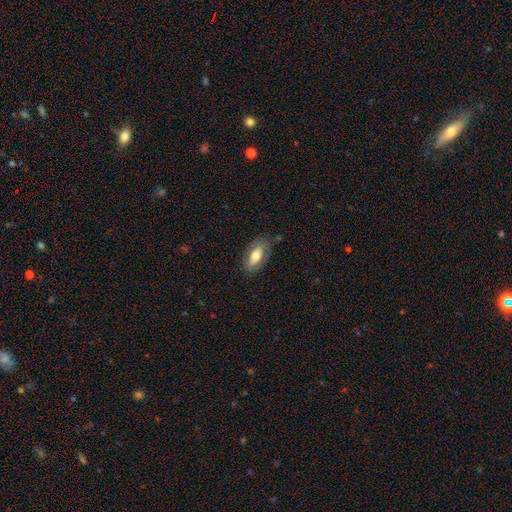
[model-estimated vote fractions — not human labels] Smooth or featured? smooth (60%)
How rounded? in between (87%)
Merging? none (76%)